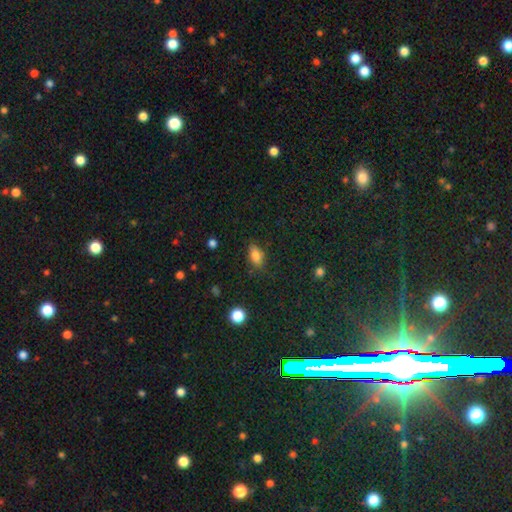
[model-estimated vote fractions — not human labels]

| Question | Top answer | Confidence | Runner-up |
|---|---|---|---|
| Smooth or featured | smooth | 80% | star or artifact (11%) |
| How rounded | in between | 86% | round (8%) |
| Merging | none | 79% | minor disturbance (16%) |